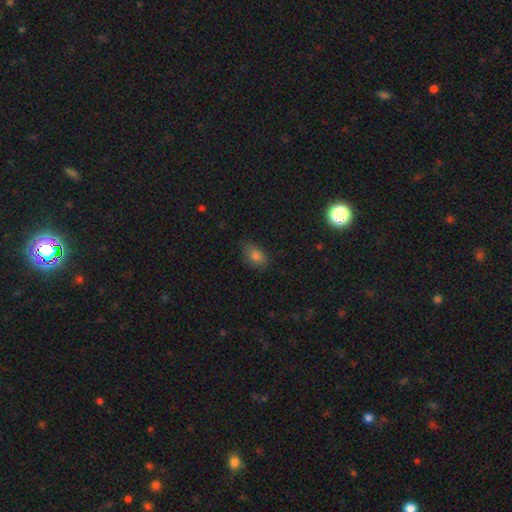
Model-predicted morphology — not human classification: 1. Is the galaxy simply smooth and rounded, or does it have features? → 79% smooth, 14% star or artifact, 7% featured or disk.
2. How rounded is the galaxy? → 85% in between, 12% round, 2% cigar-shaped.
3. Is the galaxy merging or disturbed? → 77% none, 18% minor disturbance, 4% major disturbance, 1% merger.